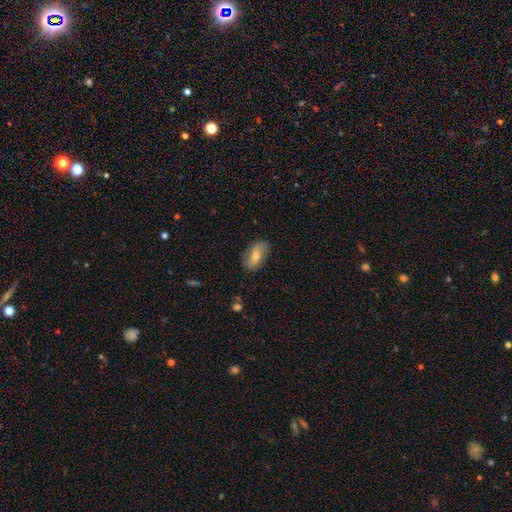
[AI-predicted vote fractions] This appears to be a smooth galaxy with no disk features (49%). Merging: none (81%).